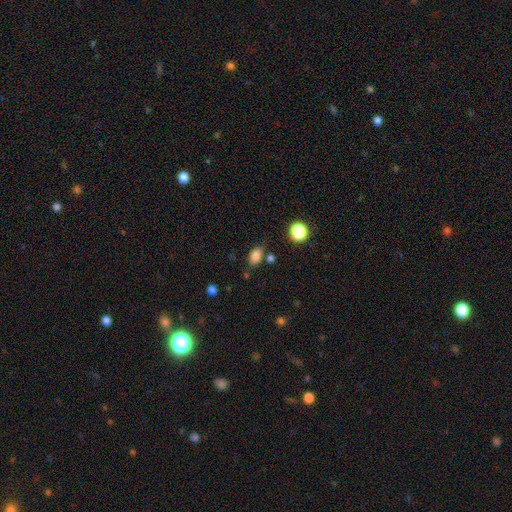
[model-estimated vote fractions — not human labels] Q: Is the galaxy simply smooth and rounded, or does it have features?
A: smooth — 83%.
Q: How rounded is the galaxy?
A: in between — 84%.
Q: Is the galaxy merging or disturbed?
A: none — 73%.